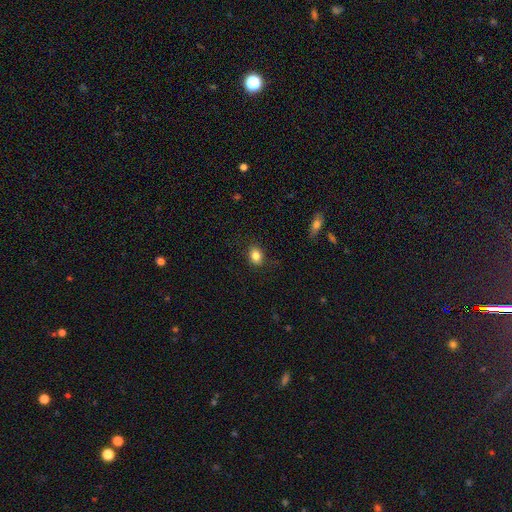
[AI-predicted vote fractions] This appears to be a smooth galaxy with no disk features (84%) that is in between round and cigar-shaped (62%). Merging: none (85%).